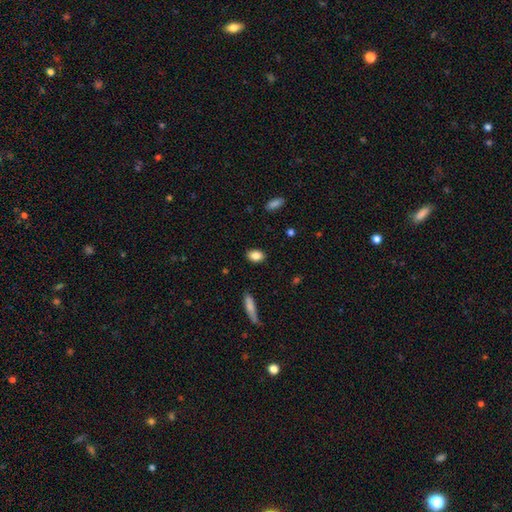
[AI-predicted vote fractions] smooth 85%, star or artifact 8%, featured or disk 7%. Down the decision tree: how rounded — in between (83%); merging — none (87%).